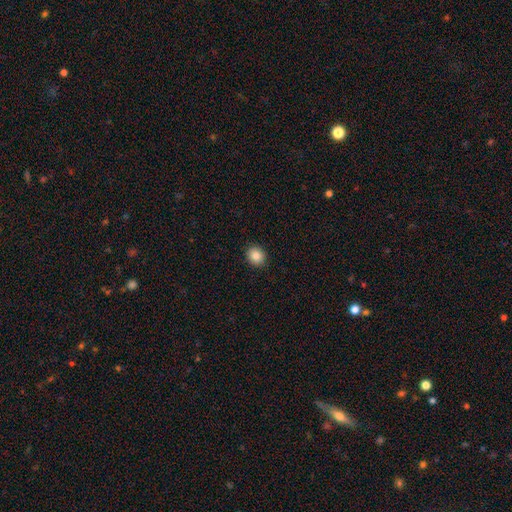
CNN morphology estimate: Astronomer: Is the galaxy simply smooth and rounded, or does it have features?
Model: smooth — 86%.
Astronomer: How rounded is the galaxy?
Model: round — 77%.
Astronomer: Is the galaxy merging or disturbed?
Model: none — 92%.